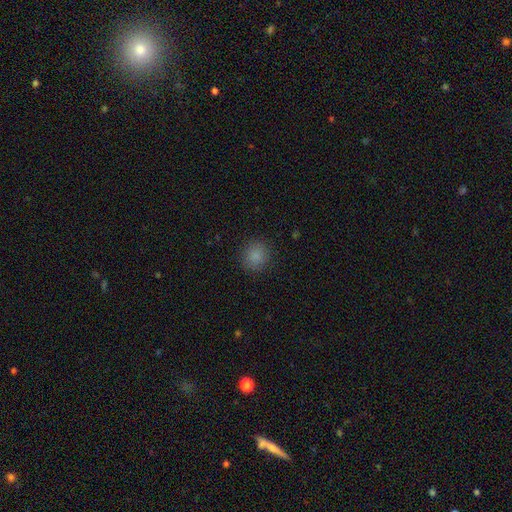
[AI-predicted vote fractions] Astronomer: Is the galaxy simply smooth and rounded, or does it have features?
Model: smooth — 86%.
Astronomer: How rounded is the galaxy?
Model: round — 85%.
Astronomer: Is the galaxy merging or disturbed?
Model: none — 88%.